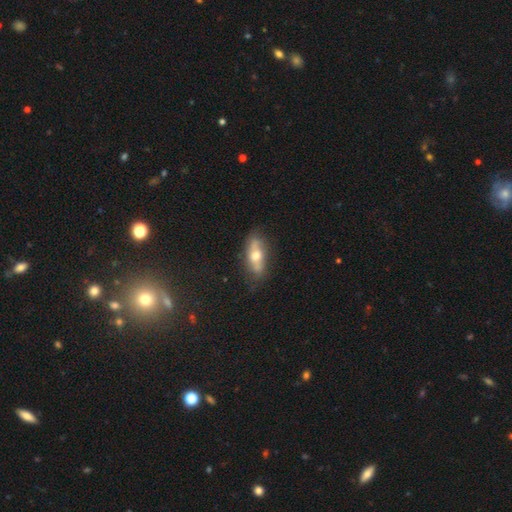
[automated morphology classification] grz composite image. It shows a featured or disk galaxy (47%). Merging: none (74%).